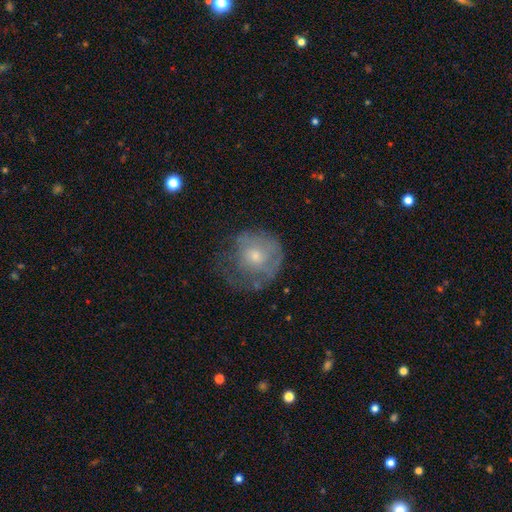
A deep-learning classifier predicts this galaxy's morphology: This is possibly a smooth galaxy (48%). Merging: marginally none (37%).